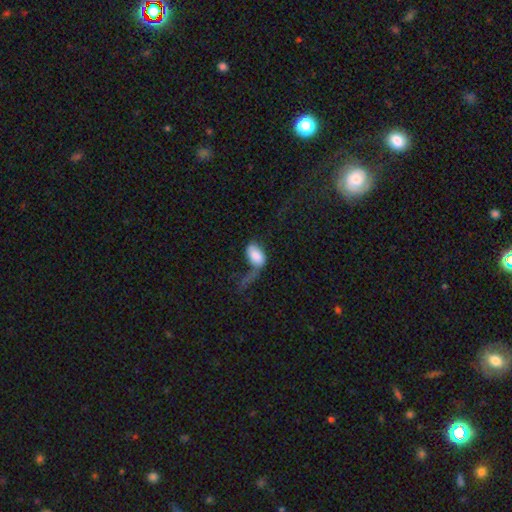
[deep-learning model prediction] Smooth or featured? smooth (75%)
How rounded? in between (93%)
Merging? major disturbance (52%)